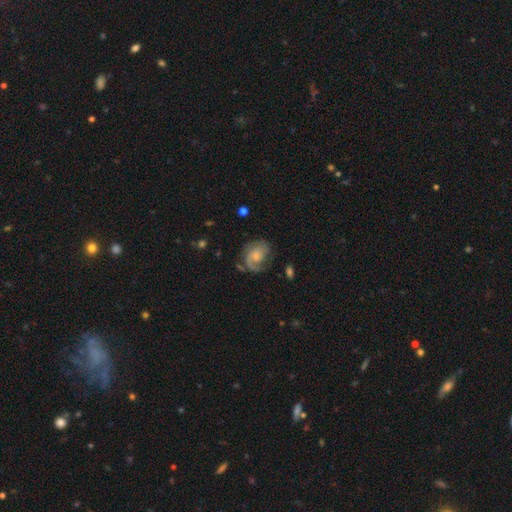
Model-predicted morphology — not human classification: smooth_or_featured: featured or disk (p=0.75) [alt: smooth p=0.18]
disk_edge_on: no (p=0.98) [alt: yes p=0.02]
bar: no (p=0.68) [alt: weak p=0.28]
has_spiral_arms: yes (p=0.92) [alt: no p=0.08]
spiral_winding: medium (p=0.43) [alt: tight p=0.34]
spiral_arm_count: 2 (p=0.45) [alt: 1 p=0.34]
bulge_size: small (p=0.57) [alt: moderate p=0.26]
merging: none (p=0.59) [alt: minor disturbance p=0.22]